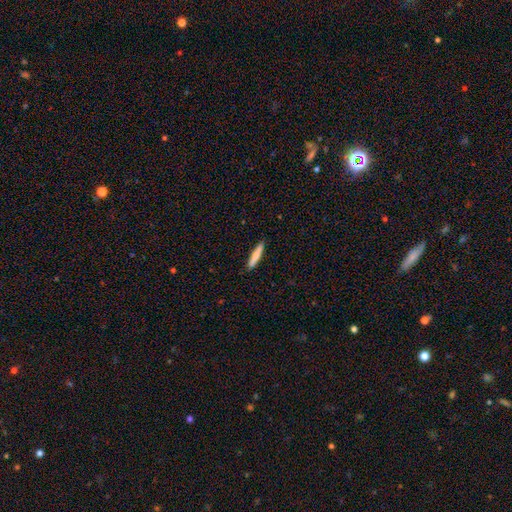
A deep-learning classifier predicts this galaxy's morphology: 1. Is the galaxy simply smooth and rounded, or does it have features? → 70% smooth, 25% featured or disk, 5% star or artifact.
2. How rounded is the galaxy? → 91% cigar-shaped, 8% in between, 1% round.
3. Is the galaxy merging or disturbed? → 90% none, 8% minor disturbance, 1% major disturbance, 1% merger.